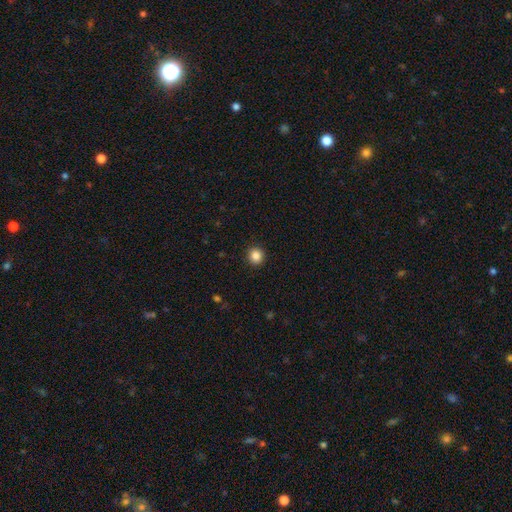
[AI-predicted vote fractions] Smooth or featured? smooth (86%)
How rounded? round (92%)
Merging? none (92%)